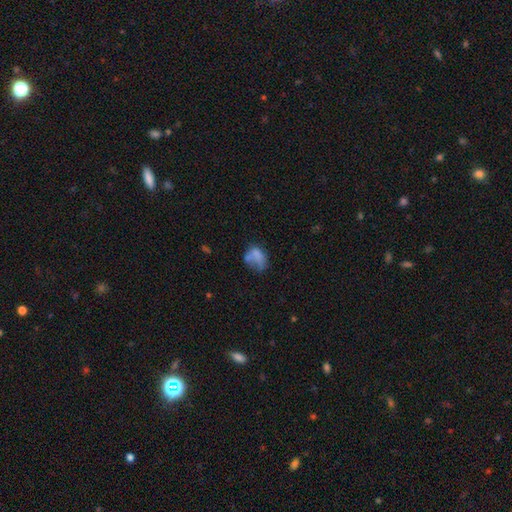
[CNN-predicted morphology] smooth-or-featured: smooth: 64% | featured or disk: 24% | star or artifact: 12%
  how-rounded: in between: 69% | round: 29% | cigar-shaped: 2%
  merging: major disturbance: 29% | none: 28% | minor disturbance: 25% | merger: 17%